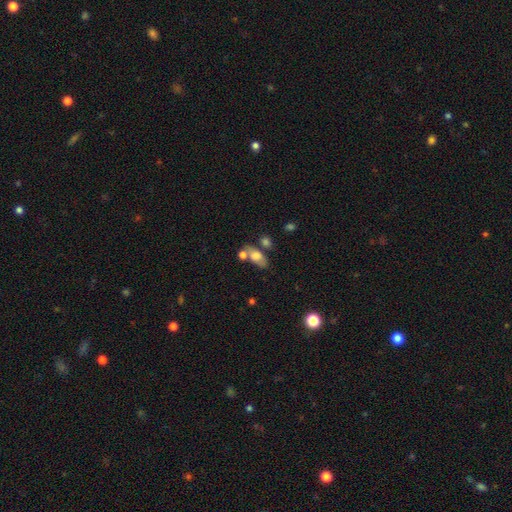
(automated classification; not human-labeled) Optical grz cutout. It shows a smooth galaxy with no disk features (66%) that is in between round and cigar-shaped (84%). Merging: none (45%).